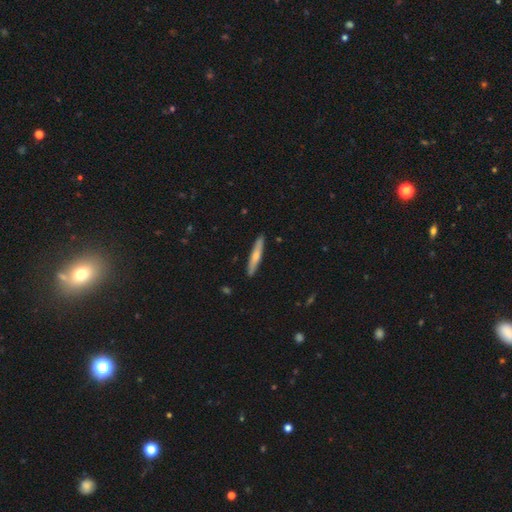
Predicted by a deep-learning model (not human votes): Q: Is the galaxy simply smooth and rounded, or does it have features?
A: smooth — 61%.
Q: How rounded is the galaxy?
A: cigar-shaped — 93%.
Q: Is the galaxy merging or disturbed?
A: none — 91%.